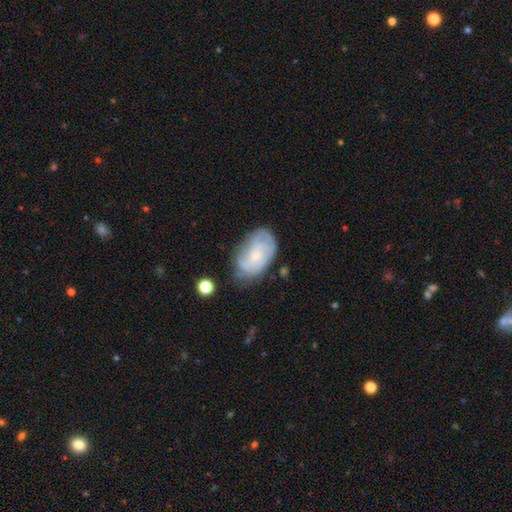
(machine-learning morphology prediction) Smooth or featured?
  - featured or disk: 60% *
  - smooth: 33%
  - star or artifact: 8%
Edge-on disk?
  - no: 95% *
  - yes: 5%
Bar?
  - no: 74% *
  - weak: 23%
  - strong: 3%
Spiral arms?
  - yes: 82% *
  - no: 18%
Bulge size?
  - small: 64% *
  - moderate: 29%
  - none: 5%
  - large: 2%
  - dominant: 1%
Merging?
  - none: 64% *
  - minor disturbance: 25%
  - major disturbance: 8%
  - merger: 3%